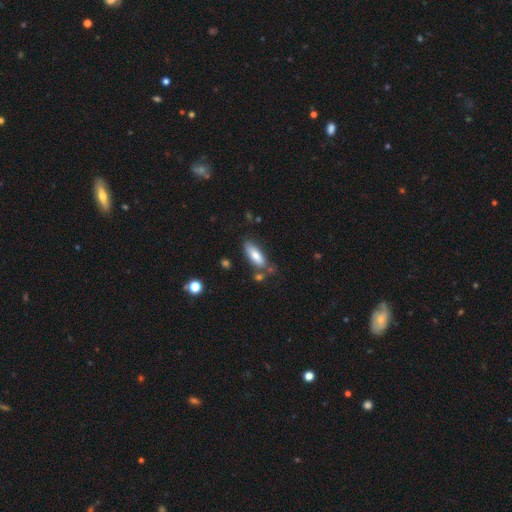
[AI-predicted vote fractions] Smooth or featured?
  - smooth: 78% *
  - featured or disk: 16%
  - star or artifact: 6%
How rounded?
  - in between: 65% *
  - cigar-shaped: 34%
  - round: 2%
Merging?
  - none: 67% *
  - minor disturbance: 19%
  - merger: 9%
  - major disturbance: 5%